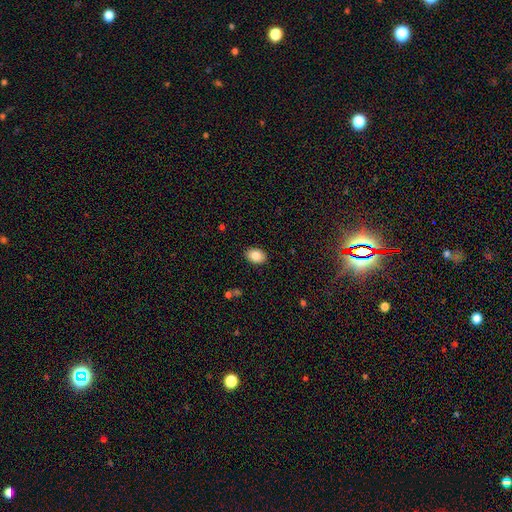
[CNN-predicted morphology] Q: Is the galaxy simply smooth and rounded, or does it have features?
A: smooth — 85%.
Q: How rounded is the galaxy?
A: in between — 82%.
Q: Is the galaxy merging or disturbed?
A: none — 89%.